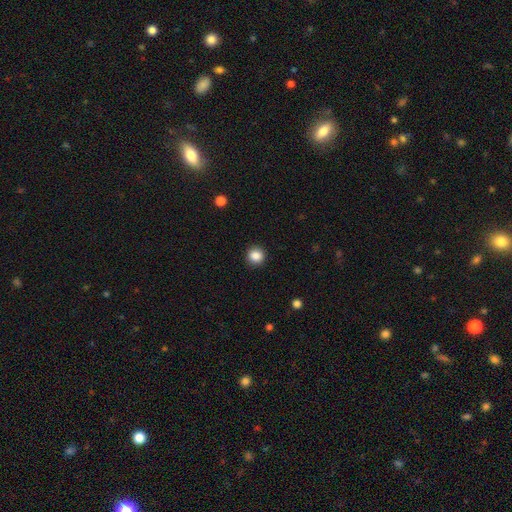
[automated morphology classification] smooth_or_featured: smooth (p=0.86) [alt: star or artifact p=0.10]
how_rounded: round (p=0.92) [alt: in between p=0.07]
merging: none (p=0.92) [alt: minor disturbance p=0.05]